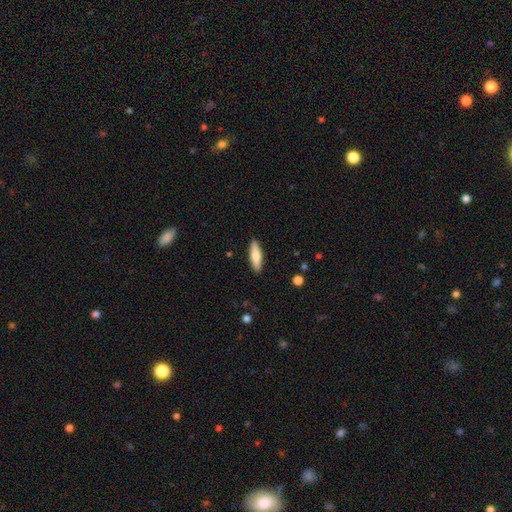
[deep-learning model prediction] A smooth galaxy with no disk features (71%) that is cigar-shaped (60%).

Vote fractions:
- Smooth or featured? smooth: 71% / featured or disk: 23% / star or artifact: 6%
- How rounded? cigar-shaped: 60% / in between: 38% / round: 2%
- Merging? none: 89% / minor disturbance: 8% / major disturbance: 2% / merger: 1%